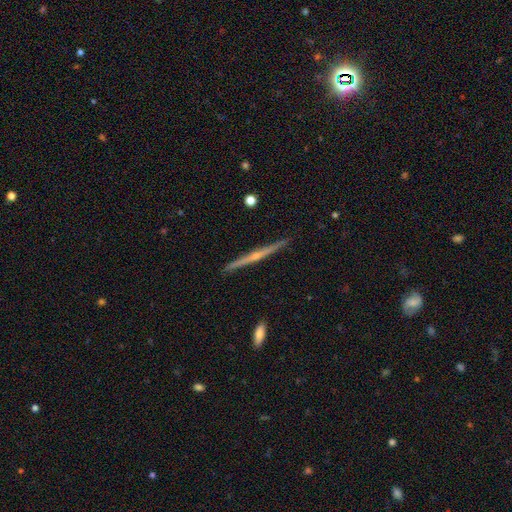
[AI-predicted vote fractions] Smooth or featured: featured or disk — 74% (smooth — 17%)
Edge-on disk: yes — 97% (no — 3%)
Edge-on bulge: rounded — 70% (none — 23%)
Merging: none — 89% (minor disturbance — 7%)